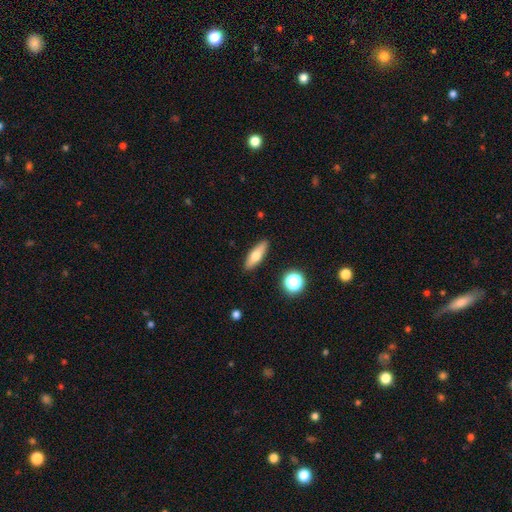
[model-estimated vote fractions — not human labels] The model was most divided on "how rounded": cigar-shaped: 50%, in between: 46%, round: 4%. More confident: merging — none (89%); smooth or featured — smooth (64%).